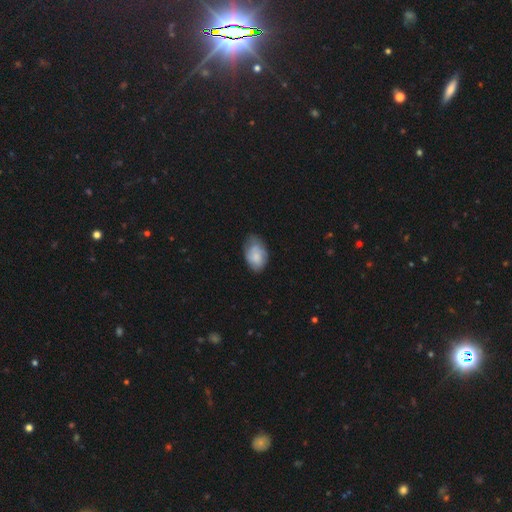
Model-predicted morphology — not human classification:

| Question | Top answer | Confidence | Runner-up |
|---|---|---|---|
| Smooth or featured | smooth | 76% | featured or disk (17%) |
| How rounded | in between | 88% | round (11%) |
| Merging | none | 53% | minor disturbance (36%) |